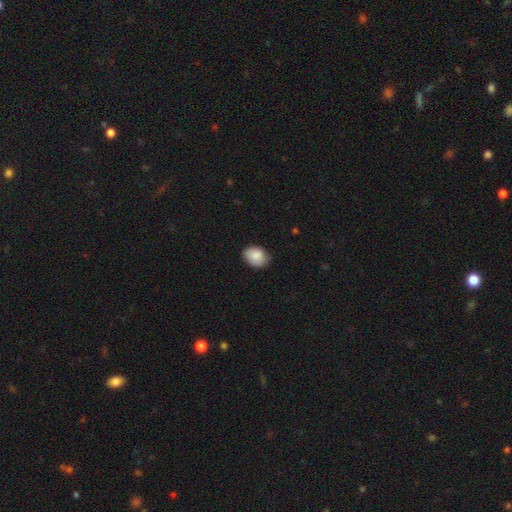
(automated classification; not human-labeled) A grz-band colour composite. It shows a smooth galaxy with no disk features (87%) that is in between round and cigar-shaped (59%). Merging: none (70%).